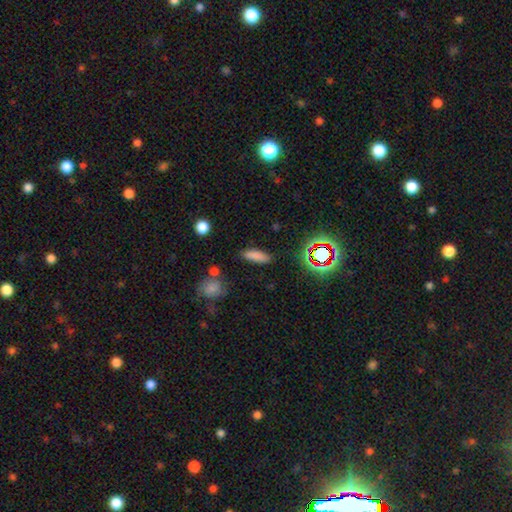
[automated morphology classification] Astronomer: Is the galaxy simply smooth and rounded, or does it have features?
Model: smooth — 79%.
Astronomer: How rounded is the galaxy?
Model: in between — 52% (runner-up: cigar-shaped, 45%).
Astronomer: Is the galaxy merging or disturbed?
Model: none — 84%.